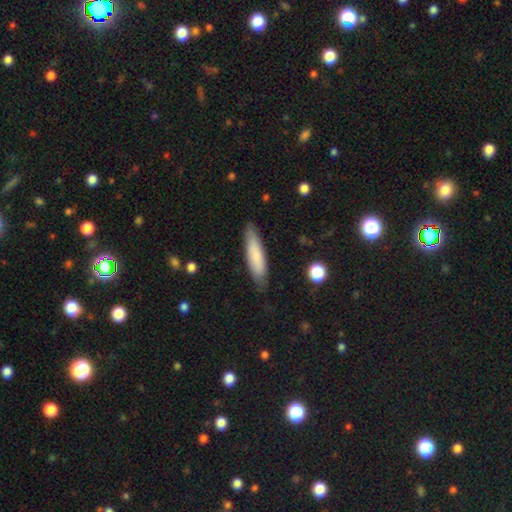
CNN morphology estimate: Q: Smooth or featured?
A: smooth (78%); runner-up: featured or disk (17%)
Q: How rounded?
A: cigar-shaped (73%); runner-up: in between (26%)
Q: Merging?
A: none (82%); runner-up: minor disturbance (14%)